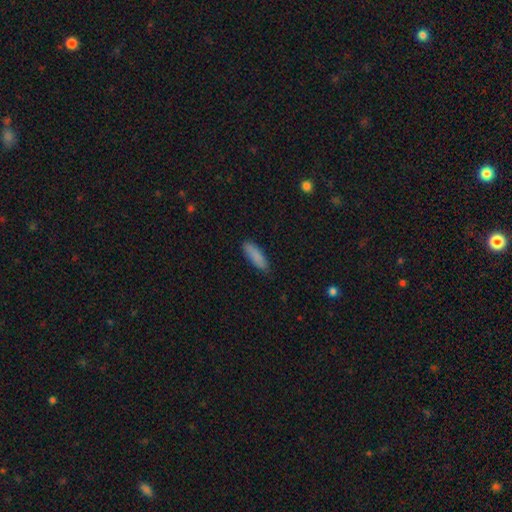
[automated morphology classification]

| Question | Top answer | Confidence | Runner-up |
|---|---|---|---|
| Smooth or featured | smooth | 87% | featured or disk (7%) |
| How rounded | cigar-shaped | 50% | in between (49%) |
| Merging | none | 83% | minor disturbance (13%) |